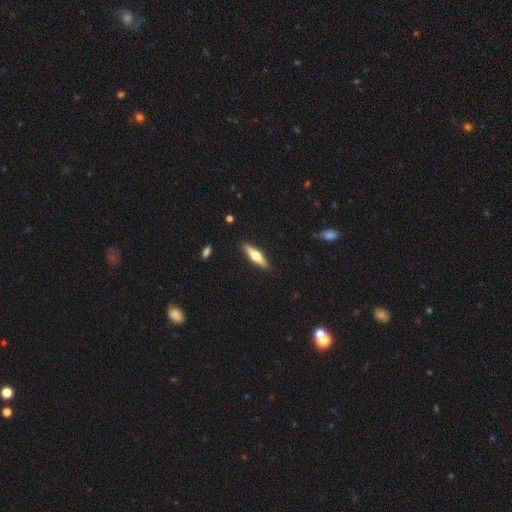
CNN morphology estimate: A featured or disk galaxy (48%). Merging: none (90%).